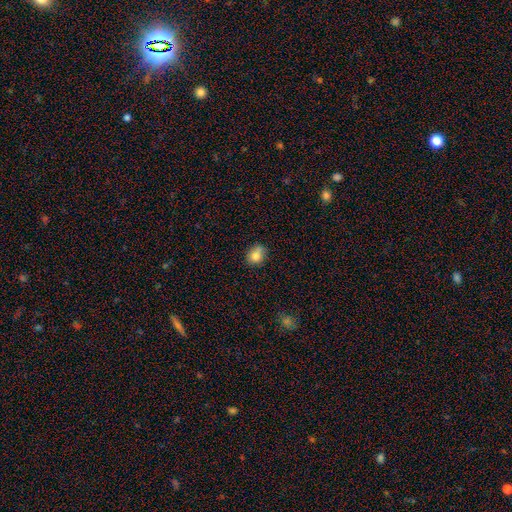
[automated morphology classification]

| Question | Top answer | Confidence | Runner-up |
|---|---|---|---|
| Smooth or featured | smooth | 80% | star or artifact (11%) |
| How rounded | round | 69% | in between (30%) |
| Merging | none | 69% | minor disturbance (22%) |